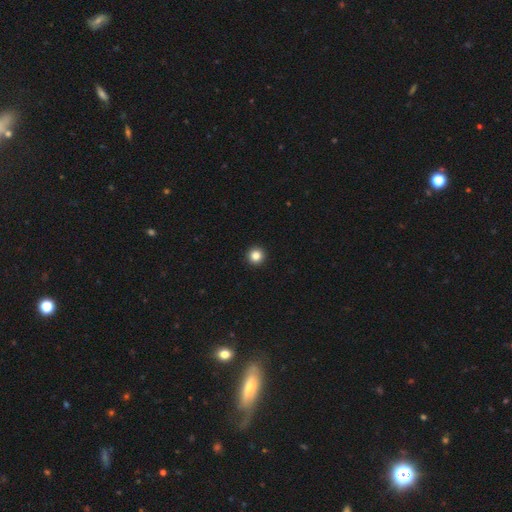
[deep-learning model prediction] Smooth or featured? smooth (85%)
How rounded? round (96%)
Merging? none (94%)